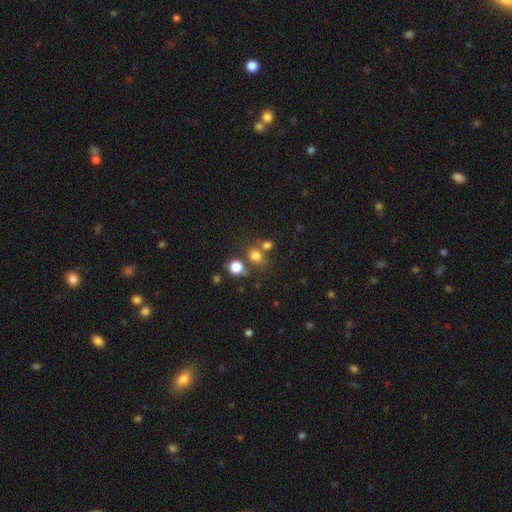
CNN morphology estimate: A smooth galaxy with no disk features (73%) that is round (76%).

Vote fractions:
- Smooth or featured? smooth: 73% / star or artifact: 19% / featured or disk: 8%
- How rounded? round: 76% / in between: 23% / cigar-shaped: 1%
- Merging? none: 60% / merger: 25% / minor disturbance: 10% / major disturbance: 5%